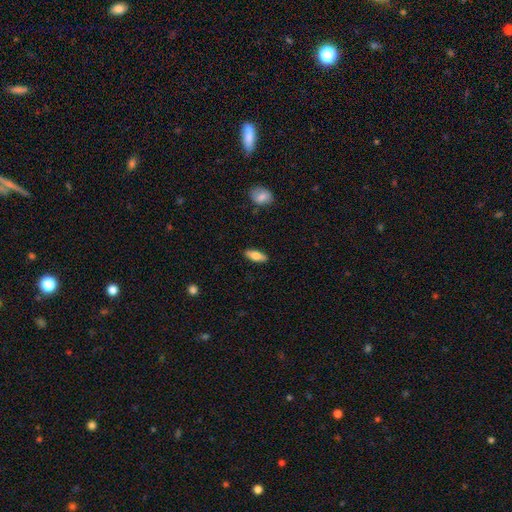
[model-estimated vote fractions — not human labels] A smooth galaxy with no disk features (73%) that is in between round and cigar-shaped (71%). Merging: none (88%).